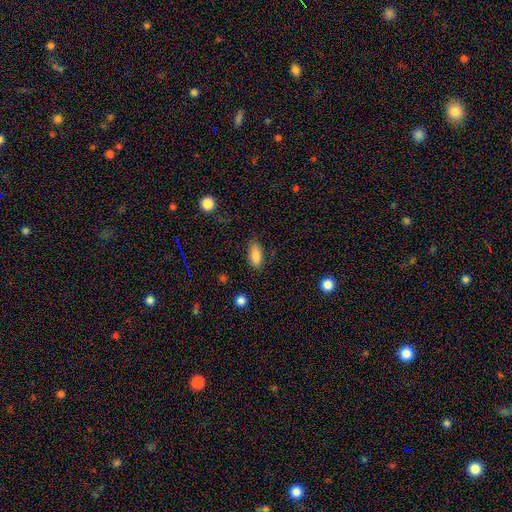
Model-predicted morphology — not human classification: smooth_or_featured: smooth (p=0.84) [alt: star or artifact p=0.08]
how_rounded: in between (p=0.86) [alt: cigar-shaped p=0.11]
merging: none (p=0.80) [alt: minor disturbance p=0.16]